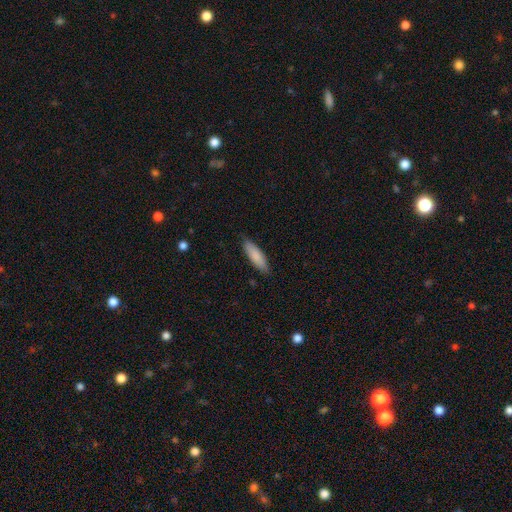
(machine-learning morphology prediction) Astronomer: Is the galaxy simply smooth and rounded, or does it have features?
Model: smooth — 85%.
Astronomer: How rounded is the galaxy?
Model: cigar-shaped — 54% (runner-up: in between, 45%).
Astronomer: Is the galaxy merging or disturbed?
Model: none — 84%.